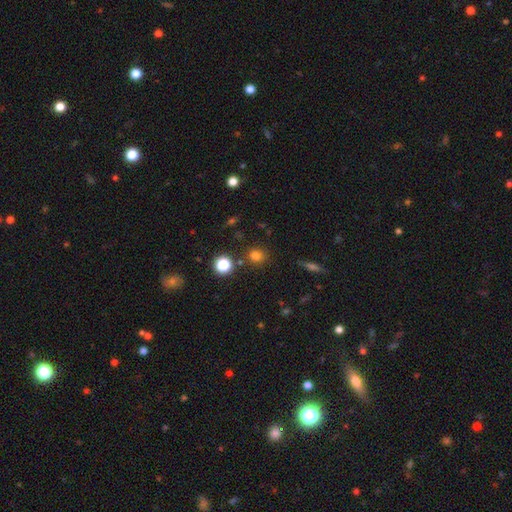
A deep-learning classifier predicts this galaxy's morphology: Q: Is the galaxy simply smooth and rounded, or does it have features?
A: smooth — 76%.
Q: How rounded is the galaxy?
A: round — 84%.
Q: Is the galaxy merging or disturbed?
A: none — 84%.